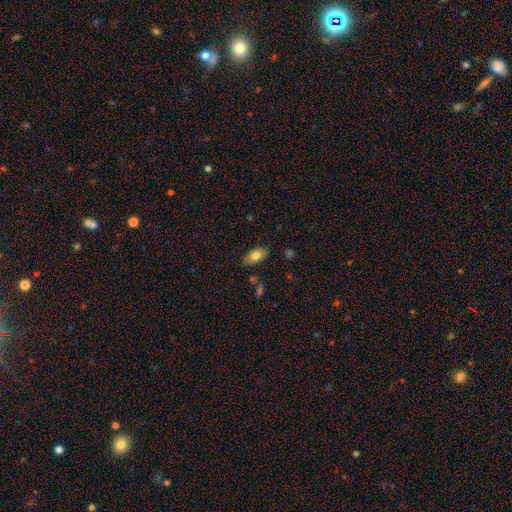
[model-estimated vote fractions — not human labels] Smooth or featured? Predicted: smooth (p=0.77). How rounded? Predicted: in between (p=0.90). Merging? Predicted: none (p=0.82).